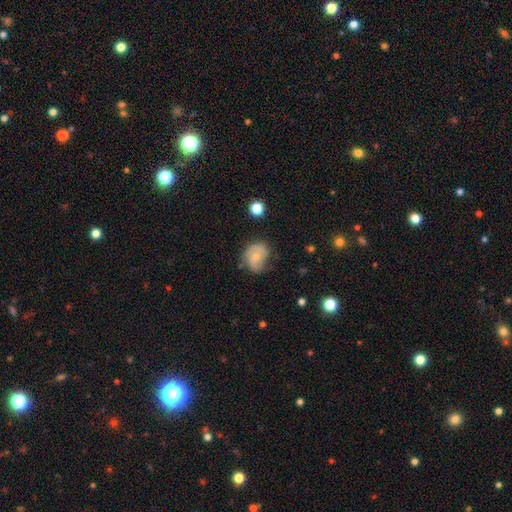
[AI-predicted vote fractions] Smooth or featured? Predicted: smooth (p=0.49). Merging? Predicted: none (p=0.54).